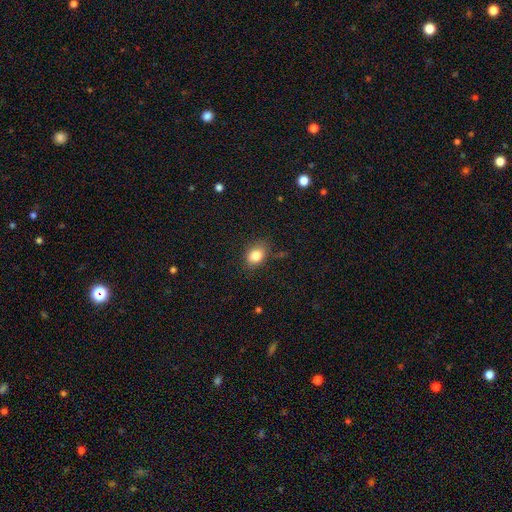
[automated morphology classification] Smooth or featured? Predicted: smooth (p=0.83). How rounded? Predicted: in between (p=0.66). Merging? Predicted: none (p=0.77).